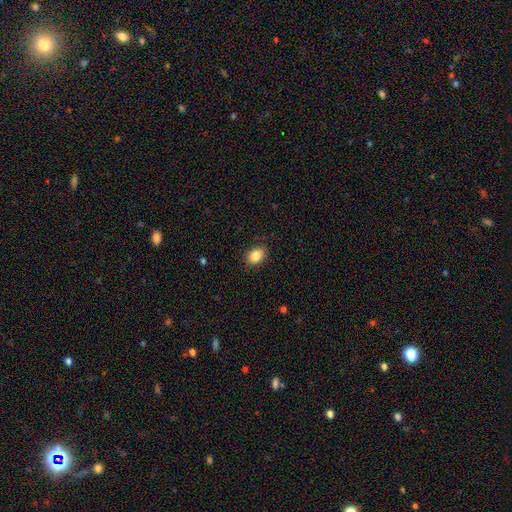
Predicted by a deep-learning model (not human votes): Smooth or featured?
  - smooth: 86% *
  - star or artifact: 9%
  - featured or disk: 6%
How rounded?
  - in between: 78% *
  - round: 21%
  - cigar-shaped: 1%
Merging?
  - none: 88% *
  - minor disturbance: 9%
  - major disturbance: 2%
  - merger: 1%